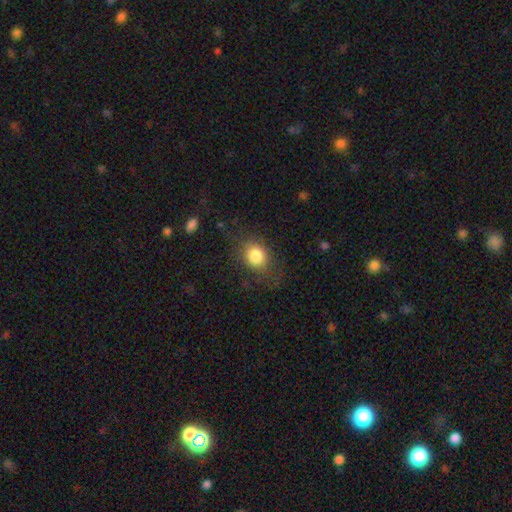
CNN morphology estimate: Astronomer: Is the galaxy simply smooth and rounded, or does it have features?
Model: smooth — 81%.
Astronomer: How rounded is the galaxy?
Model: round — 50% (runner-up: in between, 49%).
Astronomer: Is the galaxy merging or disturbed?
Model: none — 69%.